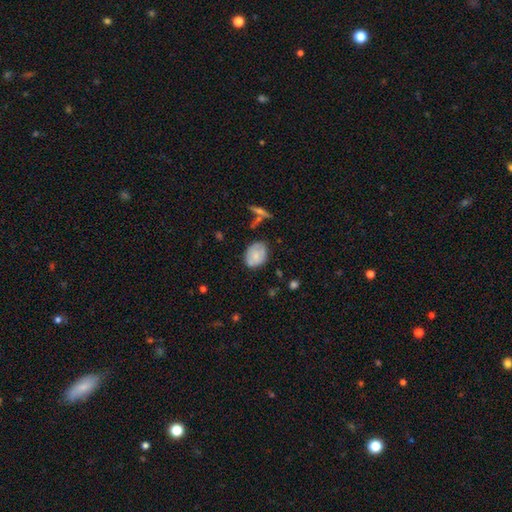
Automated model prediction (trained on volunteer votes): smooth 68%, featured or disk 25%, star or artifact 8%. Down the decision tree: how rounded — in between (65%); merging — none (66%).